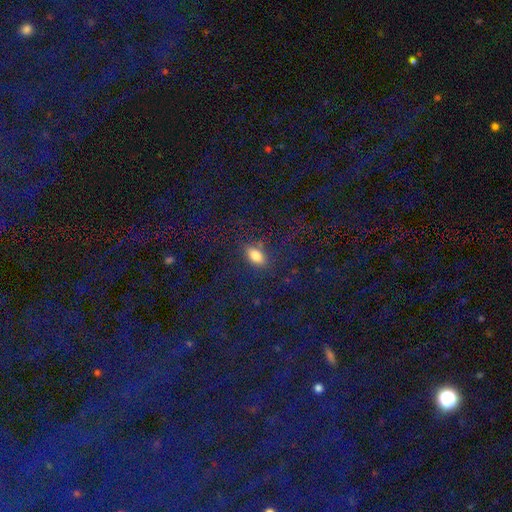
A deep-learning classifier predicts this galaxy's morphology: Smooth or featured? smooth (78%)
How rounded? in between (84%)
Merging? none (82%)